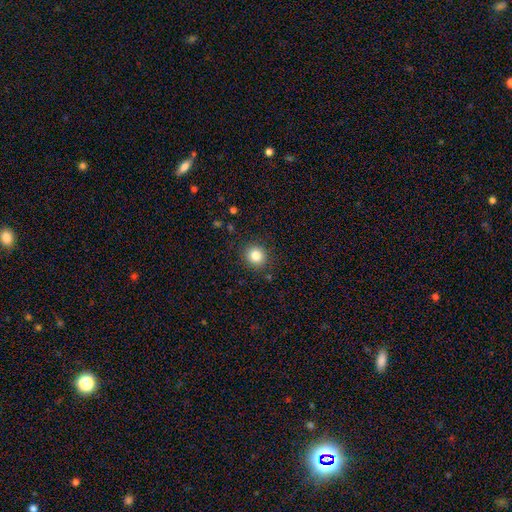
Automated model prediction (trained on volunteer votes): This appears to be a smooth galaxy with no disk features (82%) that is round (88%). Merging: none (89%).